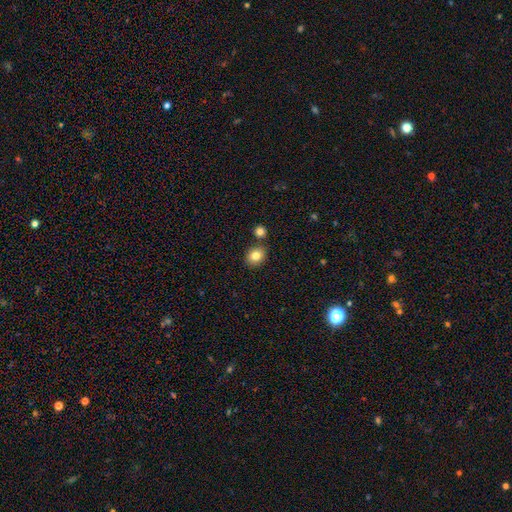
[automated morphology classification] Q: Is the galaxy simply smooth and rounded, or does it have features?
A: smooth — 82%.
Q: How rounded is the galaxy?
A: round — 58%.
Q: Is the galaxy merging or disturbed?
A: none — 78%.